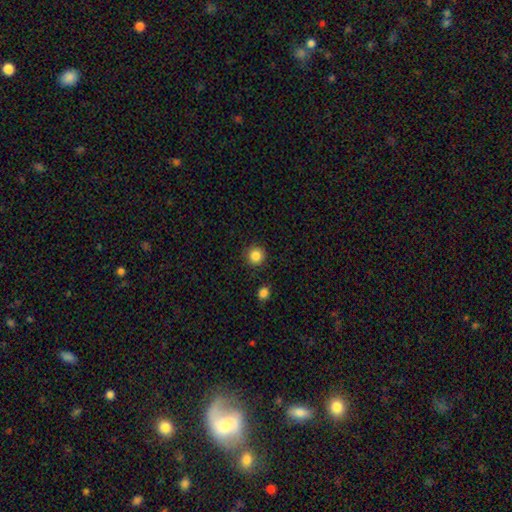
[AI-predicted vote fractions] A smooth galaxy with no disk features (86%) that is round (94%).

Vote fractions:
- Smooth or featured? smooth: 86% / star or artifact: 10% / featured or disk: 4%
- How rounded? round: 94% / in between: 5% / cigar-shaped: 1%
- Merging? none: 90% / minor disturbance: 6% / major disturbance: 2% / merger: 2%